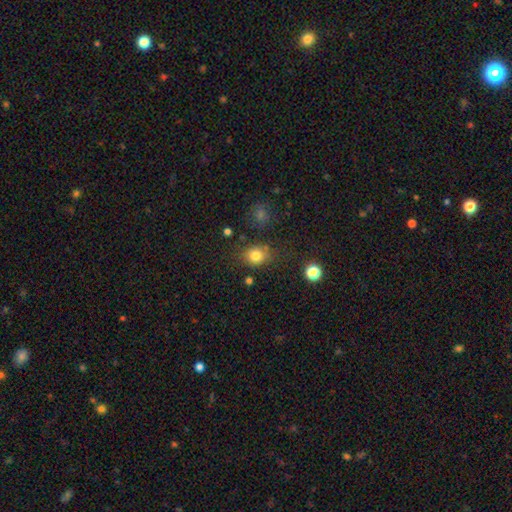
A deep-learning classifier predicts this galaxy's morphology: smooth 80%, star or artifact 13%, featured or disk 7%. Down the decision tree: how rounded — round (61%); merging — none (74%).